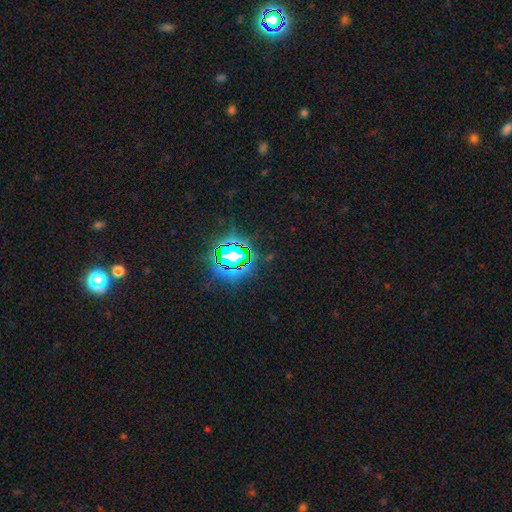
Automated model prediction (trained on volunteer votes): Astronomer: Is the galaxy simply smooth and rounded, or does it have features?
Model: star or artifact — 81%.